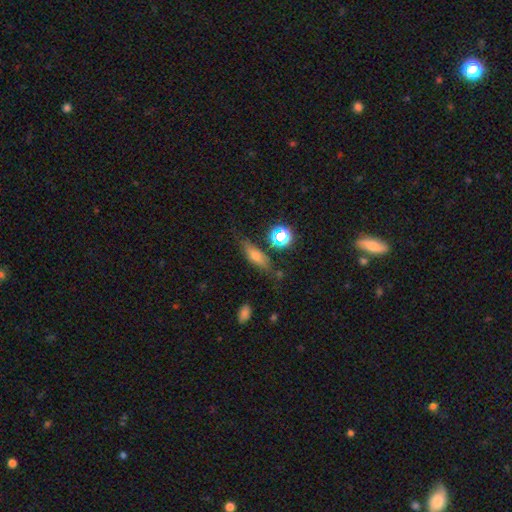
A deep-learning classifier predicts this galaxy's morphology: smooth 54%, featured or disk 30%, star or artifact 16%. Down the decision tree: how rounded — cigar-shaped (49%); merging — none (72%).